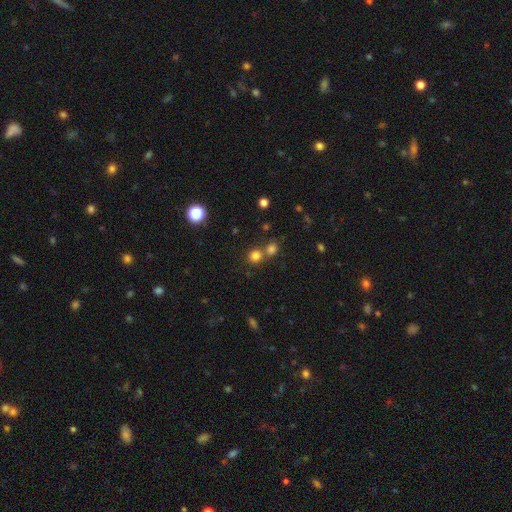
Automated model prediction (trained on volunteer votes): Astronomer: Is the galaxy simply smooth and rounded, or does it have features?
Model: smooth — 77%.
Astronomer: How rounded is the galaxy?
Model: round — 87%.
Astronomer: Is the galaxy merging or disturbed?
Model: none — 60%.